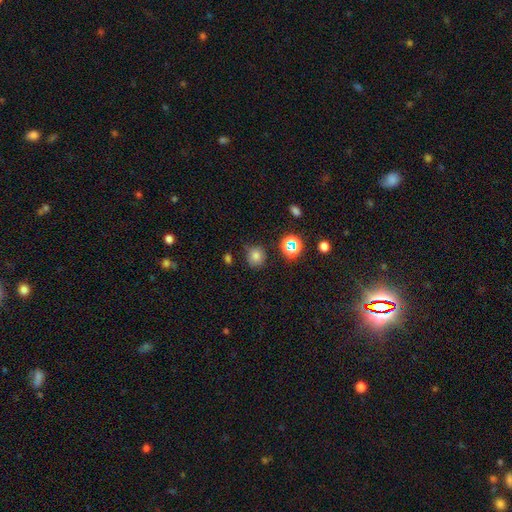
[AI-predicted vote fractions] smooth_or_featured: smooth (p=0.75) [alt: star or artifact p=0.18]
how_rounded: round (p=0.87) [alt: in between p=0.12]
merging: none (p=0.77) [alt: minor disturbance p=0.15]